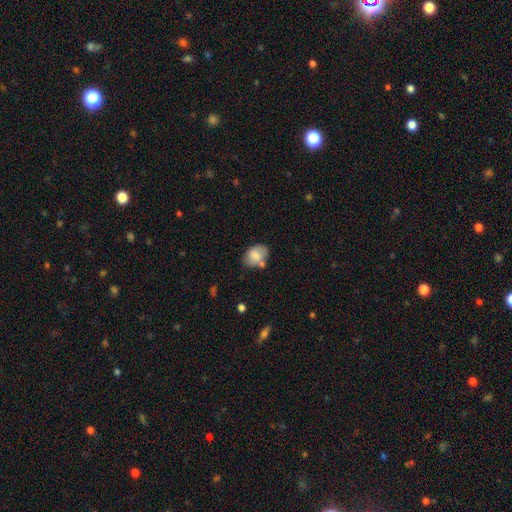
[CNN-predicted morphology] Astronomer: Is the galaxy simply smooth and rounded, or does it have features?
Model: smooth — 75%.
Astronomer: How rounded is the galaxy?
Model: in between — 79%.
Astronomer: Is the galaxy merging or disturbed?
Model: none — 57%.